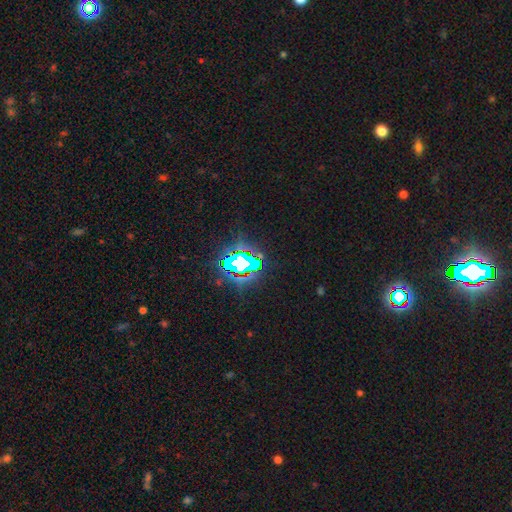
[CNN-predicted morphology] Q: Smooth or featured?
A: star or artifact (77%); runner-up: smooth (13%)